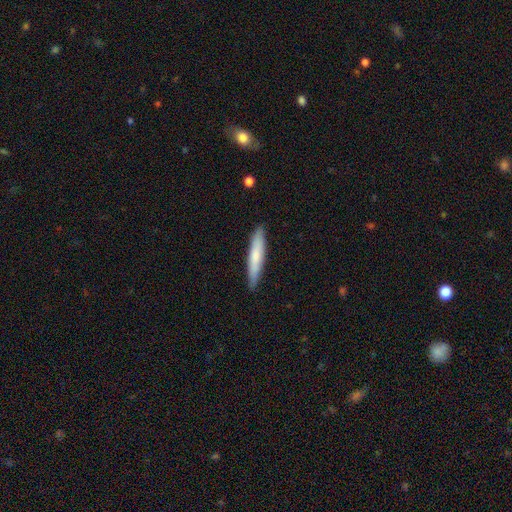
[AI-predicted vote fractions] smooth-or-featured: smooth: 72% | featured or disk: 23% | star or artifact: 5%
  how-rounded: cigar-shaped: 91% | in between: 8% | round: 1%
  merging: none: 88% | minor disturbance: 10% | major disturbance: 2% | merger: 1%